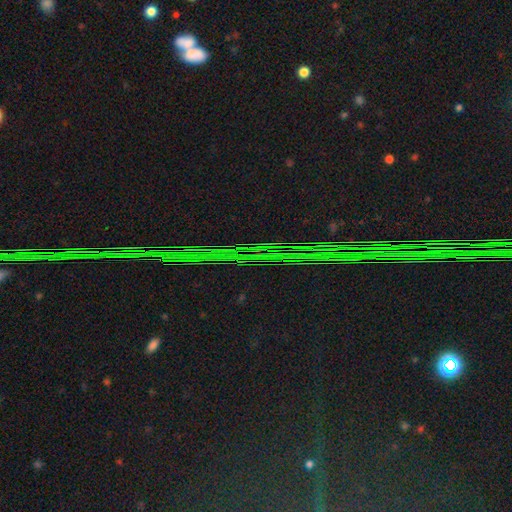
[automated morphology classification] star or artifact 85%, featured or disk 8%, smooth 7%.